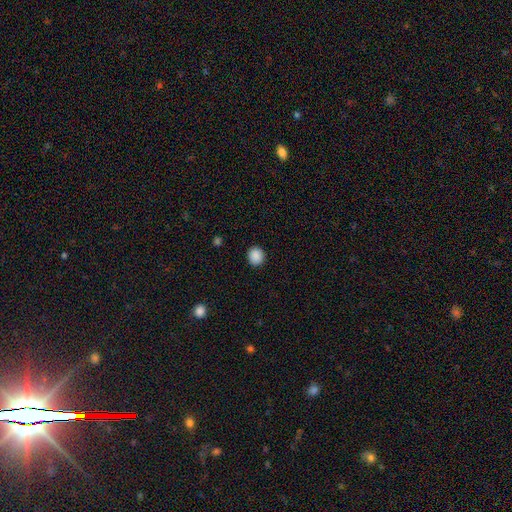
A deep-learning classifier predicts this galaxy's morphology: Overall: smooth (89%). How rounded: round (84%). Merging: none (91%).